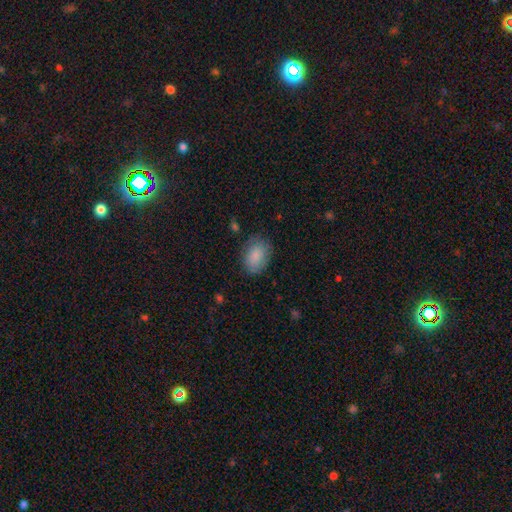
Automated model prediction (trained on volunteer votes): A smooth galaxy with no disk features (85%) that is in between round and cigar-shaped (79%). Merging: none (76%).